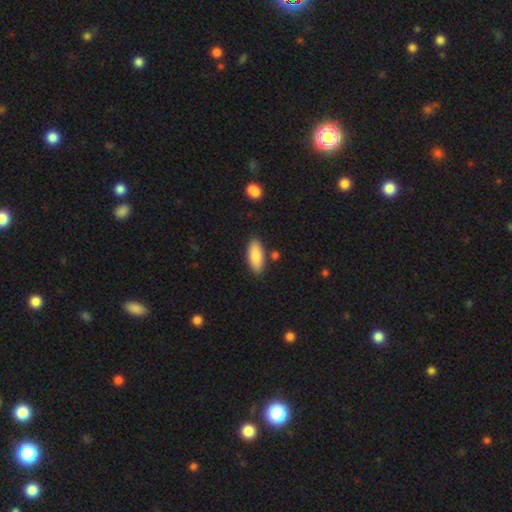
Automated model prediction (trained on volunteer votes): smooth_or_featured: smooth (p=0.86) [alt: featured or disk p=0.09]
how_rounded: in between (p=0.78) [alt: cigar-shaped p=0.20]
merging: none (p=0.84) [alt: minor disturbance p=0.10]